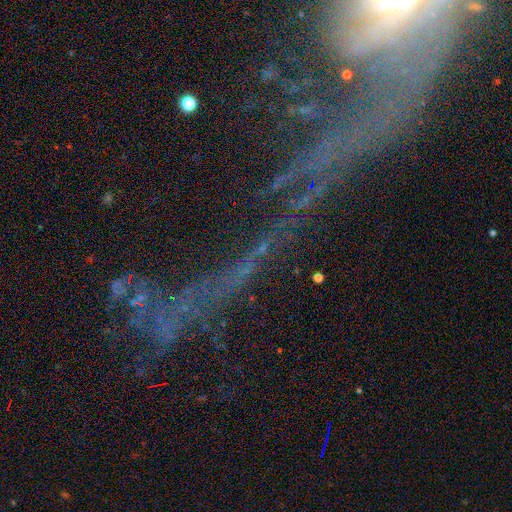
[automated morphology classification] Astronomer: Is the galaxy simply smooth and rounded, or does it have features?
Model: star or artifact — 69%.